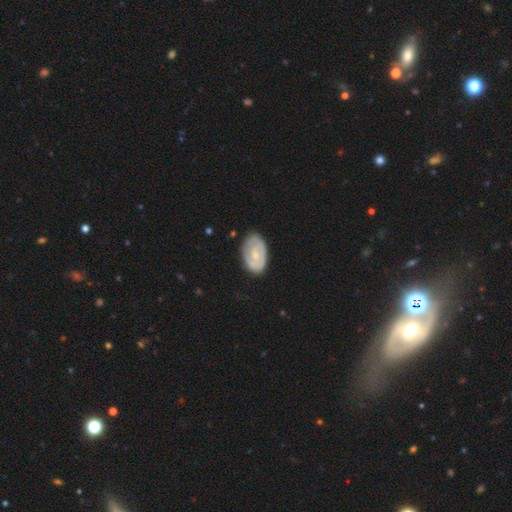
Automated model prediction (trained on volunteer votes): A featured or disk galaxy (51%).

Vote fractions:
- Smooth or featured? featured or disk: 51% / smooth: 44% / star or artifact: 5%
- Edge-on disk? no: 95% / yes: 5%
- Merging? none: 74% / minor disturbance: 19% / major disturbance: 5% / merger: 2%